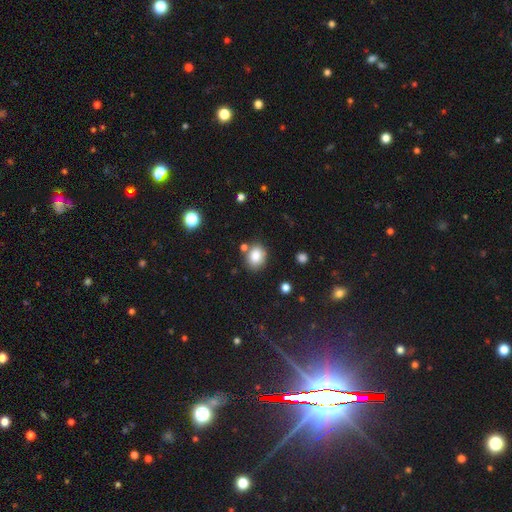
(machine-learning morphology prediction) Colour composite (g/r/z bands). It shows a smooth galaxy with no disk features (85%) that is round (52%). Merging: none (73%).